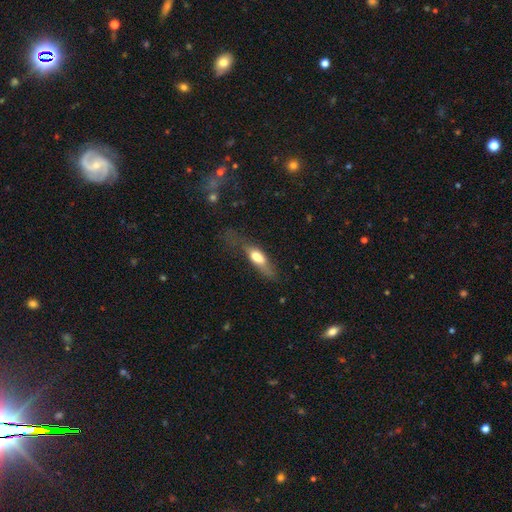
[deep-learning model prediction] Overall: smooth (61%; featured or disk 32%). How rounded: in between (52%; cigar-shaped 45%). Merging: none (42%; major disturbance 28%).